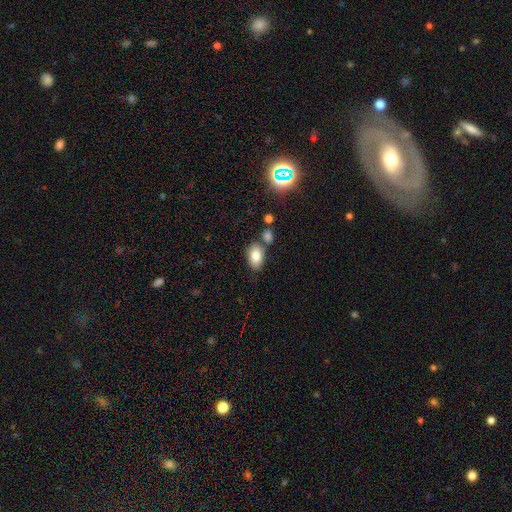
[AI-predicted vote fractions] The model was most divided on "merging": none: 65%, merger: 17%, minor disturbance: 14%, major disturbance: 4%. More confident: how rounded — in between (91%); smooth or featured — smooth (81%).